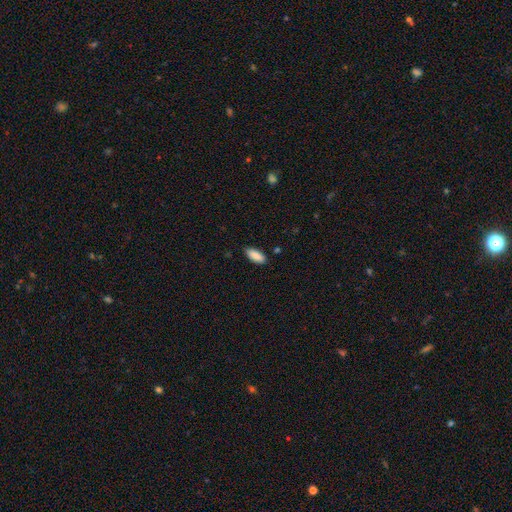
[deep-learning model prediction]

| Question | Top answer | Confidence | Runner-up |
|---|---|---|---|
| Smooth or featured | smooth | 89% | star or artifact (6%) |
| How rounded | in between | 84% | cigar-shaped (15%) |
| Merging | none | 84% | minor disturbance (13%) |